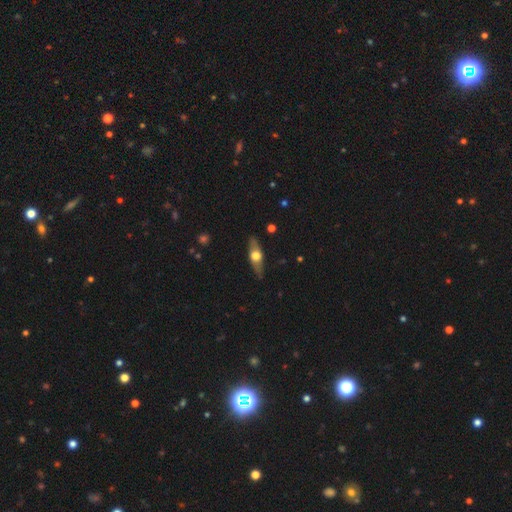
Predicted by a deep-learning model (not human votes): This appears to be a featured or disk galaxy (60%) viewed edge-on (87%) with a rounded central bulge (95%). Merging: none (84%).